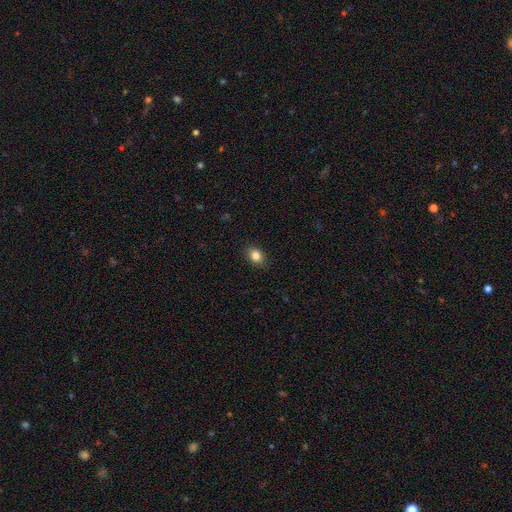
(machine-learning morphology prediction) Smooth or featured?
  - smooth: 84% *
  - star or artifact: 10%
  - featured or disk: 6%
How rounded?
  - in between: 59% *
  - round: 39%
  - cigar-shaped: 1%
Merging?
  - none: 88% *
  - minor disturbance: 9%
  - major disturbance: 2%
  - merger: 1%